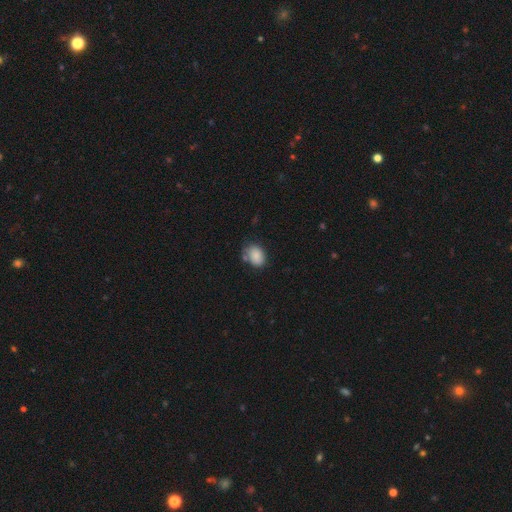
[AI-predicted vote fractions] Smooth or featured: smooth — 85% (star or artifact — 8%)
How rounded: in between — 70% (round — 28%)
Merging: none — 63% (minor disturbance — 23%)